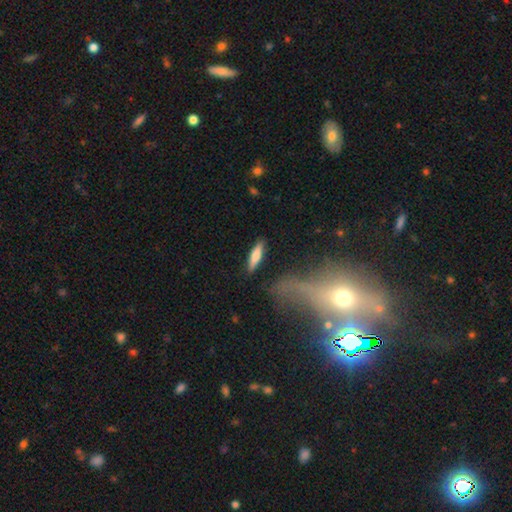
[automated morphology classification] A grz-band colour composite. It shows a smooth galaxy with no disk features (72%) that is cigar-shaped (70%). Merging: none (86%).